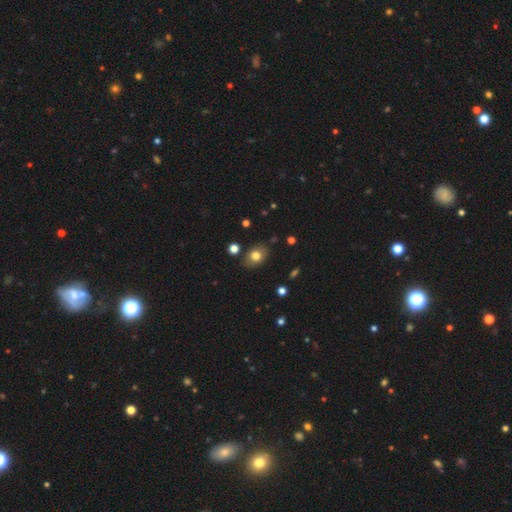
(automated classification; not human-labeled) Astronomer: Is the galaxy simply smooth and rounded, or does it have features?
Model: smooth — 77%.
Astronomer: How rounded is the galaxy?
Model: in between — 69%.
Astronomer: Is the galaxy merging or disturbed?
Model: none — 82%.